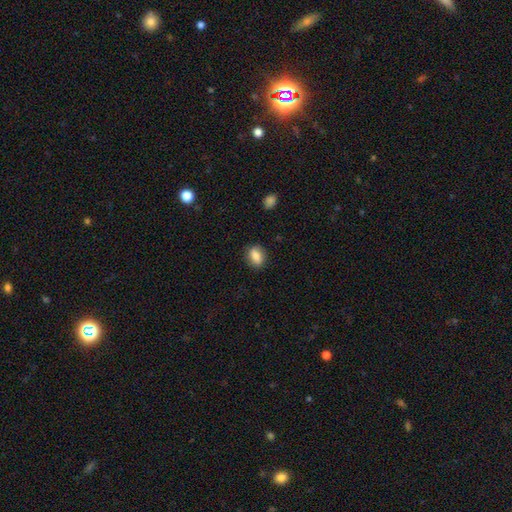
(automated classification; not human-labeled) A smooth galaxy with no disk features (81%) that is in between round and cigar-shaped (69%). Merging: none (84%).